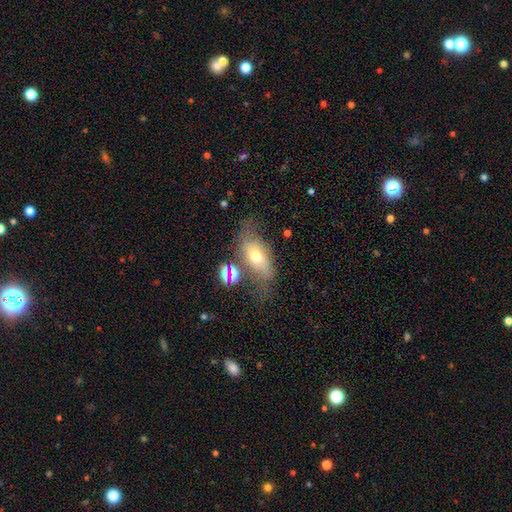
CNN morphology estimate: Smooth or featured? smooth (51%)
How rounded? in between (79%)
Merging? none (48%)